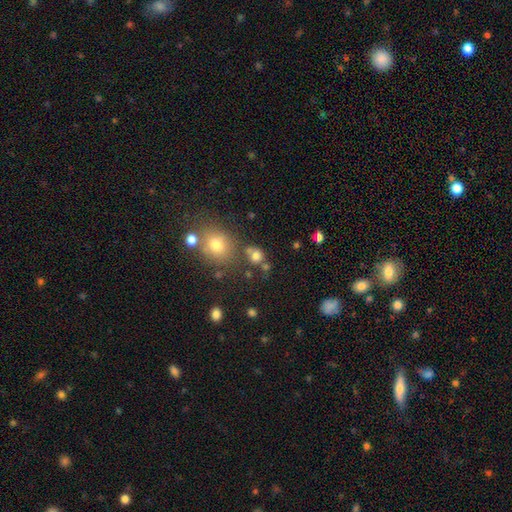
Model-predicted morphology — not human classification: Overall: smooth (75%). How rounded: round (72%). Merging: none (58%; merger 24%).